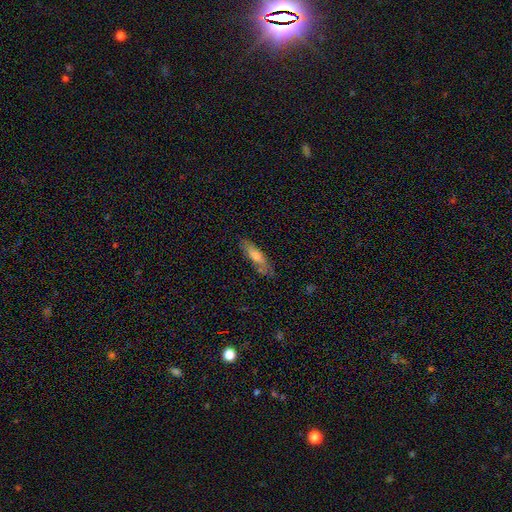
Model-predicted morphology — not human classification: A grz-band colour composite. It shows a smooth galaxy with no disk features (61%) that is cigar-shaped (63%). Merging: none (74%).